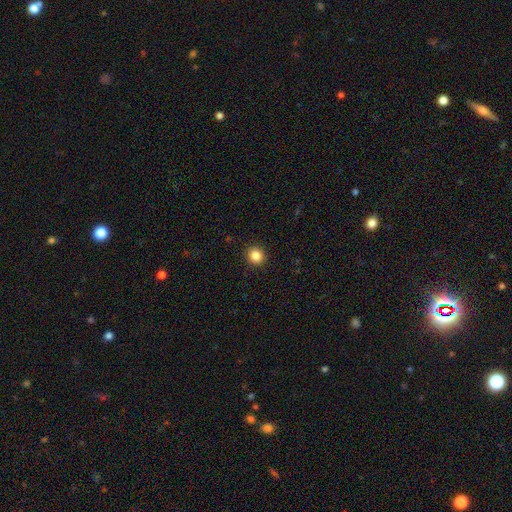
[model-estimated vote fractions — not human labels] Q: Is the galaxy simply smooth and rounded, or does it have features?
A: smooth — 85%.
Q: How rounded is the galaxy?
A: round — 87%.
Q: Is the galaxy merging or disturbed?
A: none — 92%.